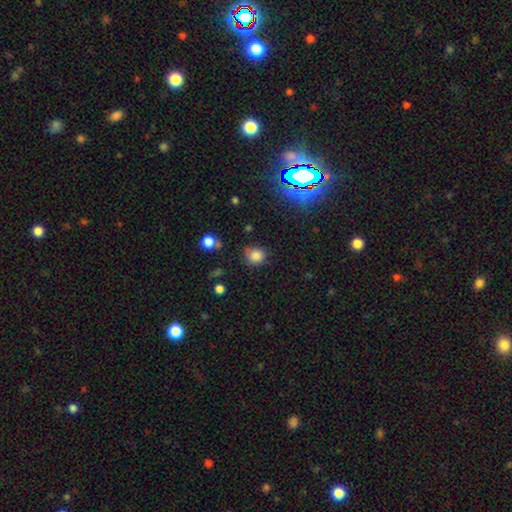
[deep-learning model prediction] This appears to be a smooth galaxy with no disk features (80%) that is round (83%). Merging: none (70%).